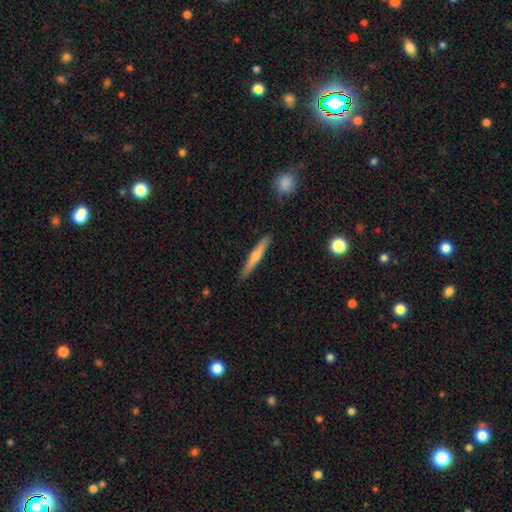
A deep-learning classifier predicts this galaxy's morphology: A featured or disk galaxy (56%) viewed edge-on (97%) with a rounded central bulge (79%). Merging: none (90%).